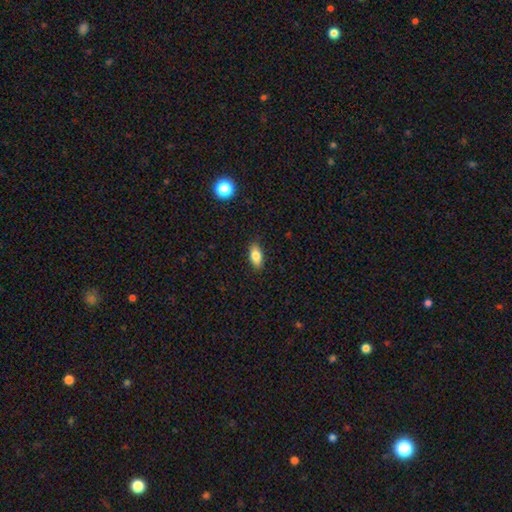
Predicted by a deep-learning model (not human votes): Smooth or featured? Predicted: smooth (p=0.82). How rounded? Predicted: in between (p=0.88). Merging? Predicted: none (p=0.88).